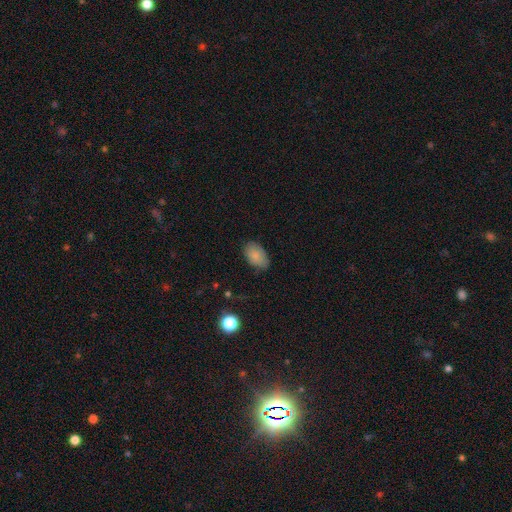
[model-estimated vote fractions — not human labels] Smooth or featured: smooth — 85% (star or artifact — 8%)
How rounded: in between — 91% (round — 7%)
Merging: none — 77% (minor disturbance — 18%)